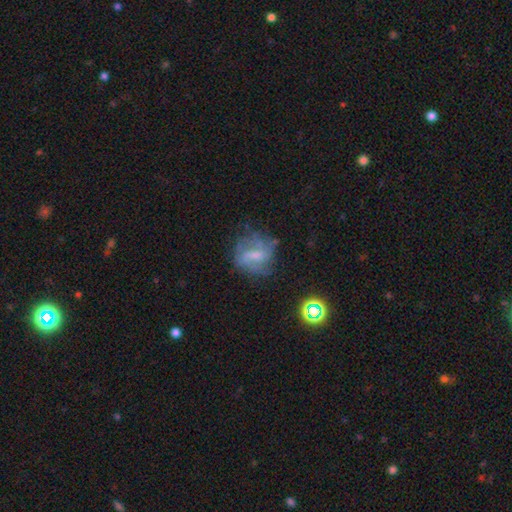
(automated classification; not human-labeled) The model was most divided on "bulge size": small: 42%, moderate: 30%, none: 24%, large: 3%, dominant: 1%. Remaining: edge-on disk — no (95%); spiral arms — yes (70%); merging — none (60%); smooth or featured — featured or disk (60%); bar — weak (50%).